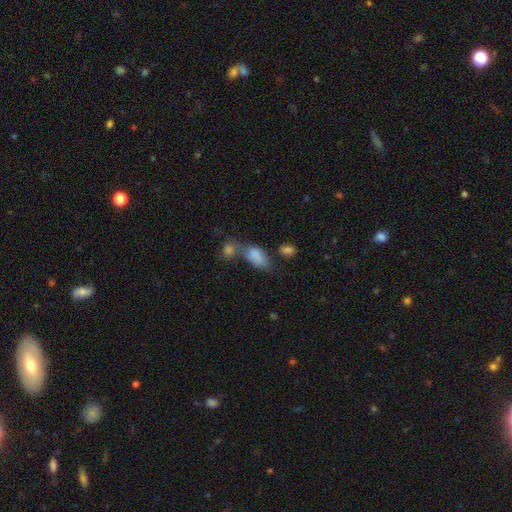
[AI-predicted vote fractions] The model was most divided on "merging": merger: 45%, none: 29%, minor disturbance: 16%, major disturbance: 10%. More confident: how rounded — in between (90%); smooth or featured — smooth (81%).